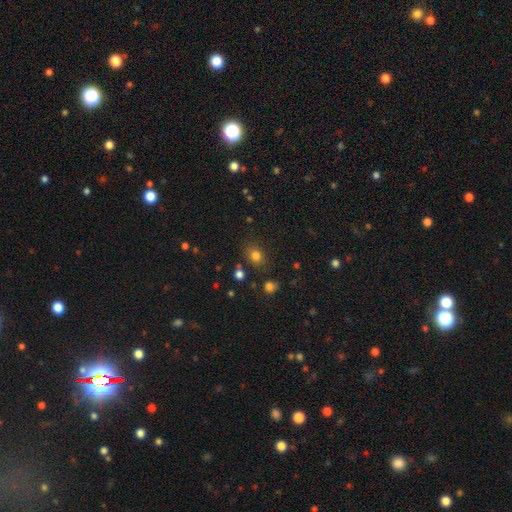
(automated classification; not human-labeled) Morphology: type=smooth (78%); roundness=round (54%); merging=none (78%).